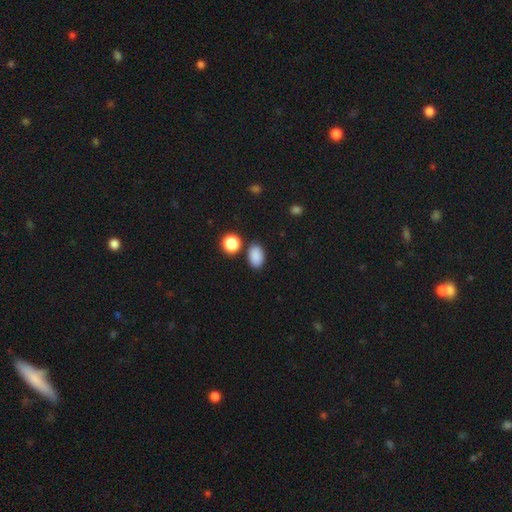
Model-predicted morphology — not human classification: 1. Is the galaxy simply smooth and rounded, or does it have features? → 88% smooth, 9% star or artifact, 3% featured or disk.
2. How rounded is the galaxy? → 86% in between, 13% round, 1% cigar-shaped.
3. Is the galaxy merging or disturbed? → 80% none, 11% minor disturbance, 6% merger, 3% major disturbance.